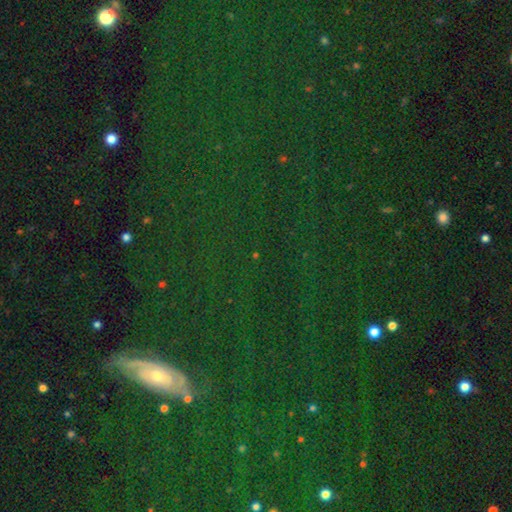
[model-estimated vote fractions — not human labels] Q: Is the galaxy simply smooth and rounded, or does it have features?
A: star or artifact — 75%.